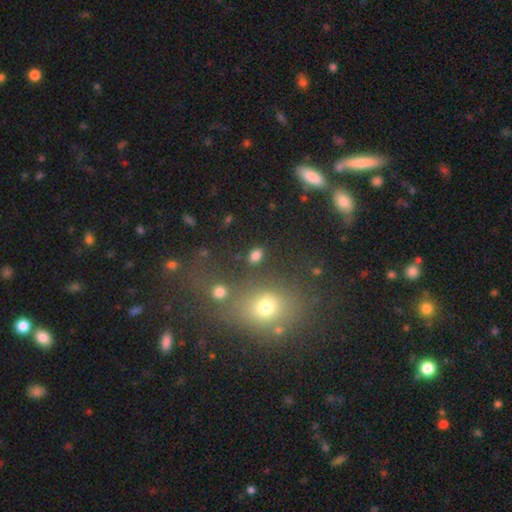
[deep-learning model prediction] The model was most divided on "how rounded": in between: 76%, round: 22%, cigar-shaped: 2%. More confident: merging — none (83%); smooth or featured — smooth (80%).